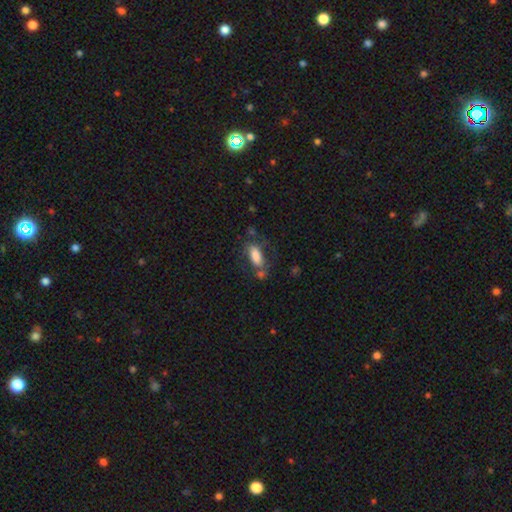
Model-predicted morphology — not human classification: A smooth galaxy with no disk features (78%) that is in between round and cigar-shaped (77%). Merging: none (55%).